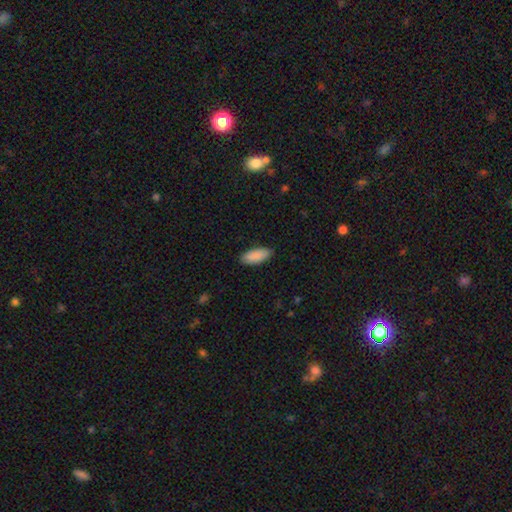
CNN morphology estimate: Smooth or featured? Predicted: smooth (p=0.91). How rounded? Predicted: in between (p=0.83). Merging? Predicted: none (p=0.89).